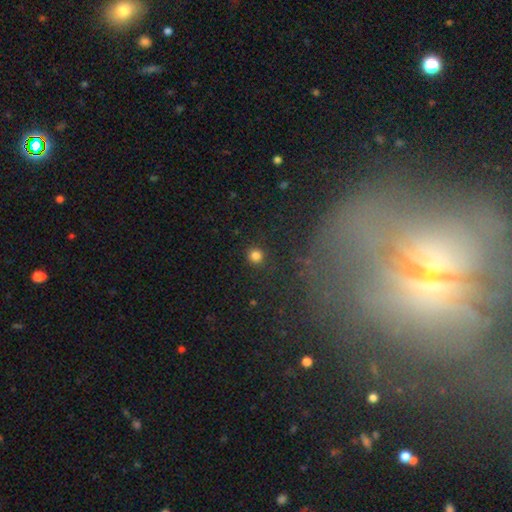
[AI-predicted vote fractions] A smooth galaxy with no disk features (81%) that is round (94%).

Vote fractions:
- Smooth or featured? smooth: 81% / star or artifact: 14% / featured or disk: 4%
- How rounded? round: 94% / in between: 5% / cigar-shaped: 1%
- Merging? none: 90% / minor disturbance: 6% / major disturbance: 3% / merger: 2%